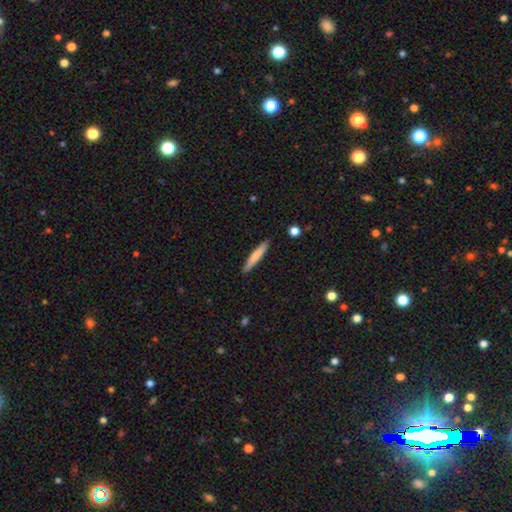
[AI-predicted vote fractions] Smooth or featured?
  - smooth: 74% *
  - featured or disk: 20%
  - star or artifact: 6%
How rounded?
  - cigar-shaped: 93% *
  - in between: 6%
  - round: 1%
Merging?
  - none: 89% *
  - minor disturbance: 8%
  - major disturbance: 2%
  - merger: 1%